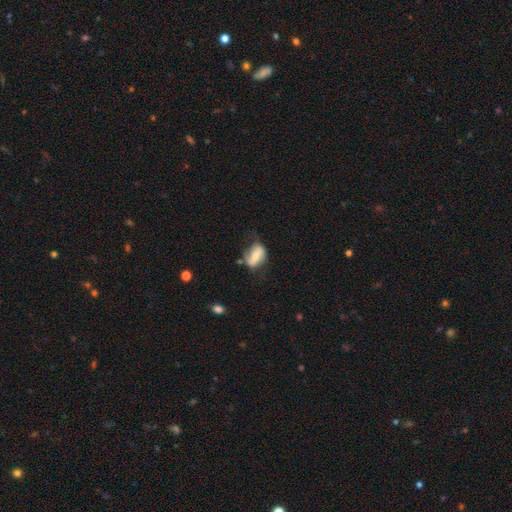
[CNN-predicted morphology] Overall: featured or disk (47%; smooth 46%). Merging: none (49%; minor disturbance 31%).